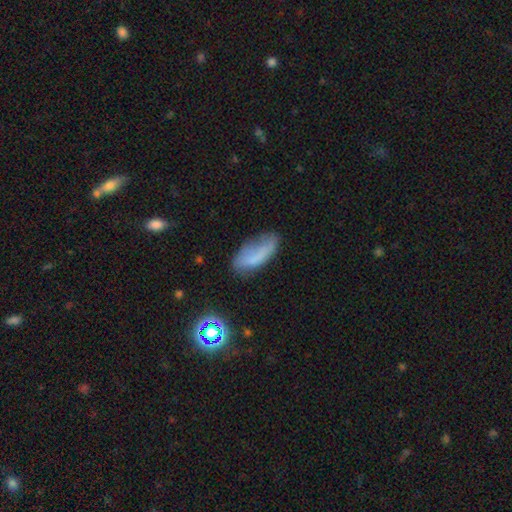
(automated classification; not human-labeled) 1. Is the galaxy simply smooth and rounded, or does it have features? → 68% smooth, 21% featured or disk, 11% star or artifact.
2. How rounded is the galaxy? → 77% in between, 20% cigar-shaped, 3% round.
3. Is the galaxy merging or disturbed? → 48% none, 32% minor disturbance, 16% major disturbance, 4% merger.